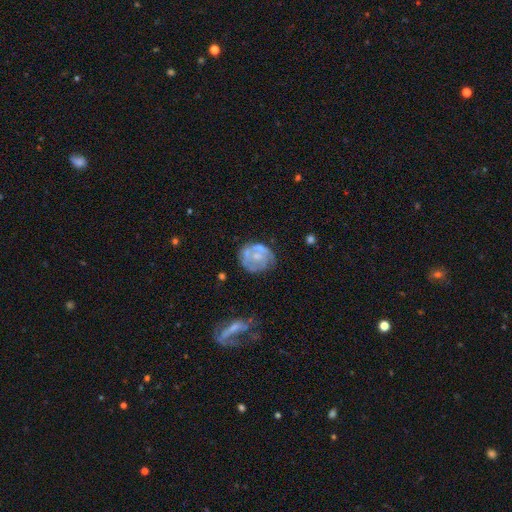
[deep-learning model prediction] featured or disk 62%, smooth 30%, star or artifact 8%. Down the decision tree: edge-on disk — no (98%); bar — no (82%); spiral arms — no (57%); bulge size — small (39%); merging — none (51%).